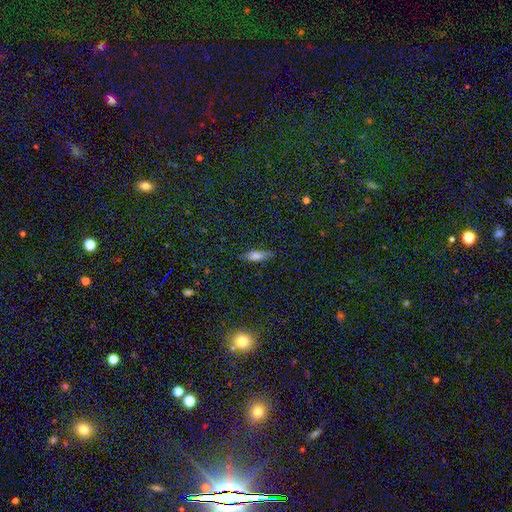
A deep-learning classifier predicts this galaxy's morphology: The model was most divided on "how rounded": in between: 60%, cigar-shaped: 37%, round: 3%. More confident: merging — none (81%); smooth or featured — smooth (72%).